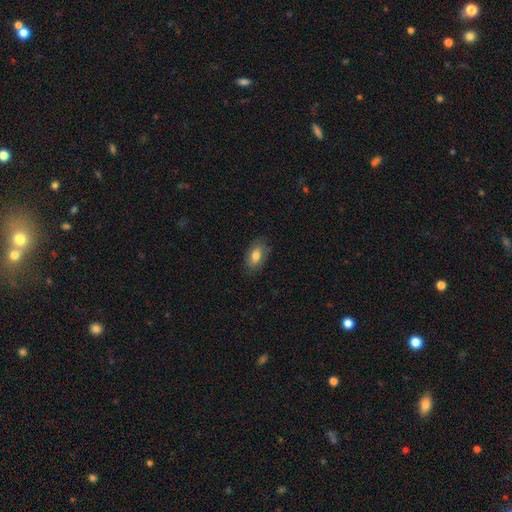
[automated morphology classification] Smooth or featured? Predicted: smooth (p=0.73). How rounded? Predicted: in between (p=0.89). Merging? Predicted: none (p=0.79).